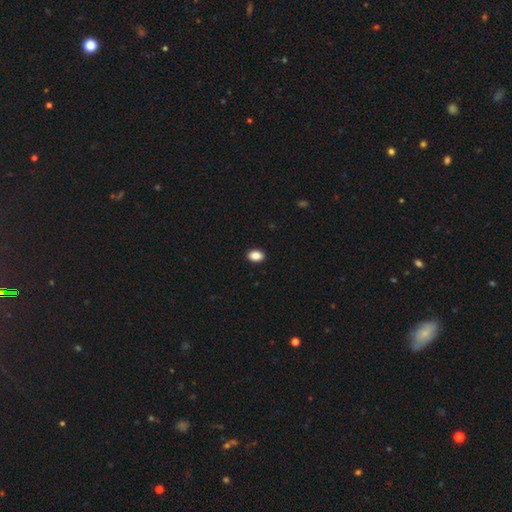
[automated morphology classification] type=smooth (89%); roundness=in between (78%); merging=none (91%).